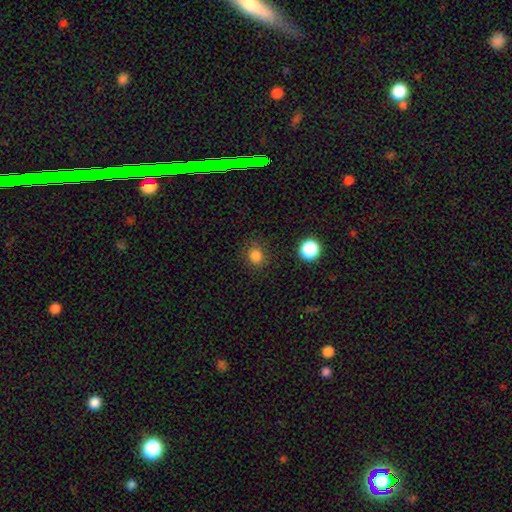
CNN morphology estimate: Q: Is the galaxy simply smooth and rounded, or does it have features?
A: smooth — 83%.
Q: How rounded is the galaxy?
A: round — 83%.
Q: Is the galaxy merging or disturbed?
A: none — 83%.